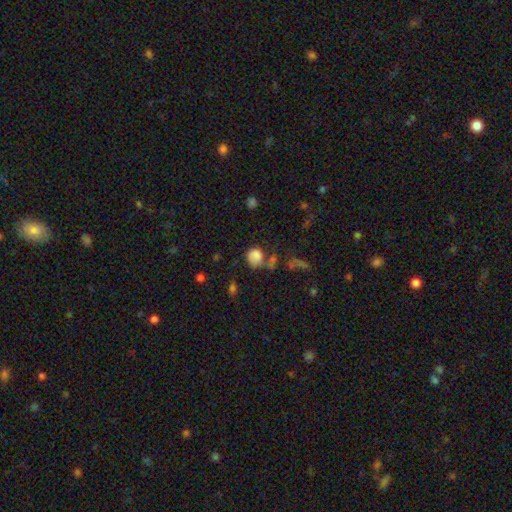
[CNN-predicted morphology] A smooth galaxy with no disk features (77%) that is round (69%).

Vote fractions:
- Smooth or featured? smooth: 77% / star or artifact: 12% / featured or disk: 12%
- How rounded? round: 69% / in between: 30% / cigar-shaped: 1%
- Merging? none: 41% / minor disturbance: 22% / major disturbance: 19% / merger: 18%